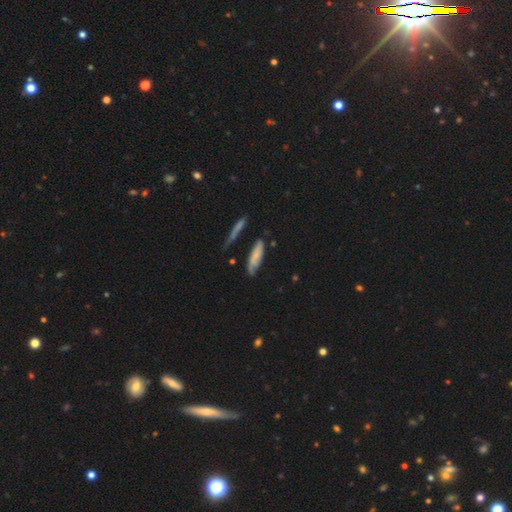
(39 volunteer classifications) A smooth galaxy with no disk features (72%) that is cigar-shaped (79%). Merging: none (63%).